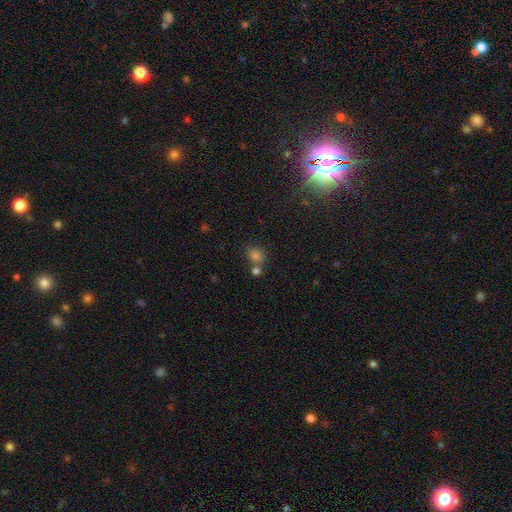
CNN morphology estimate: A smooth galaxy with no disk features (78%) that is round (51%). Merging: none (58%).